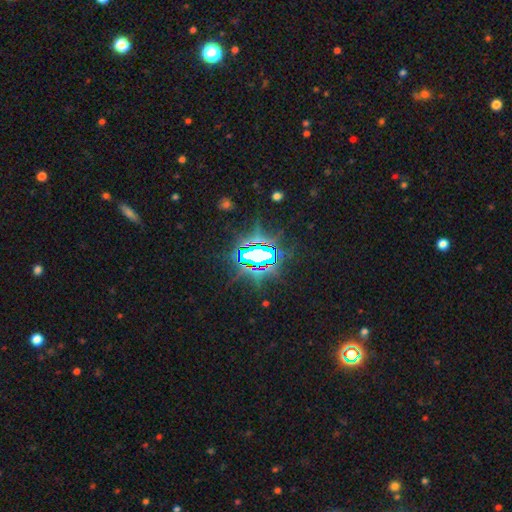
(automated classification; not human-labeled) smooth-or-featured: star or artifact: 80% | featured or disk: 11% | smooth: 9%